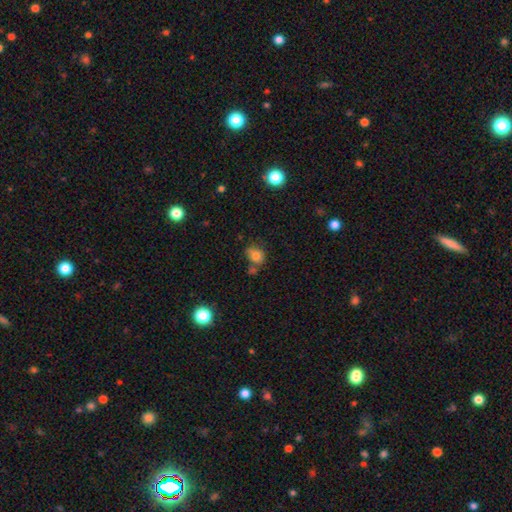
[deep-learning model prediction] Morphology: type=smooth (76%); roundness=round (51%); merging=none (46%).